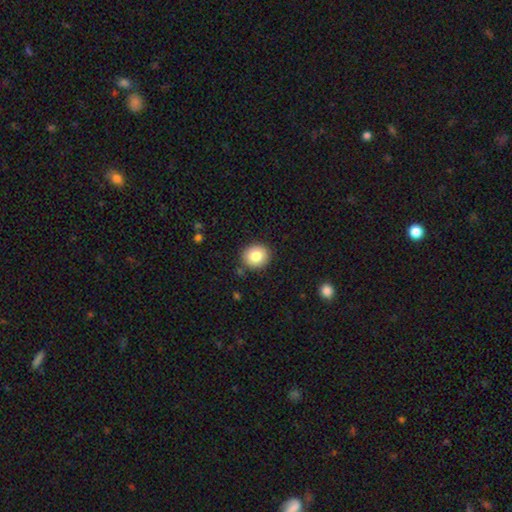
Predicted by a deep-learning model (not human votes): Smooth or featured?
  - smooth: 82% *
  - star or artifact: 9%
  - featured or disk: 9%
How rounded?
  - round: 86% *
  - in between: 13%
  - cigar-shaped: 1%
Merging?
  - none: 89% *
  - minor disturbance: 7%
  - major disturbance: 2%
  - merger: 2%